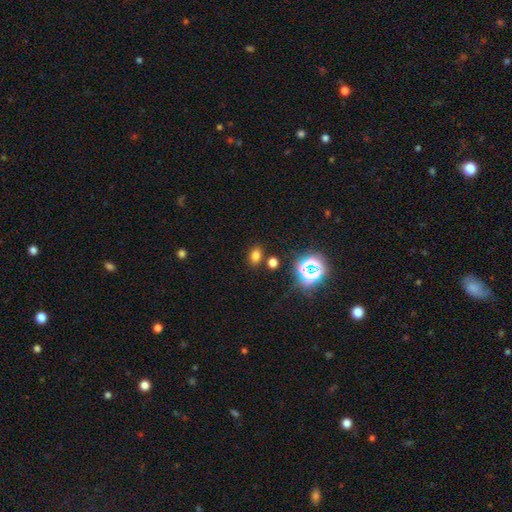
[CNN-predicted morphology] type=smooth (70%); roundness=in between (73%); merging=none (80%).